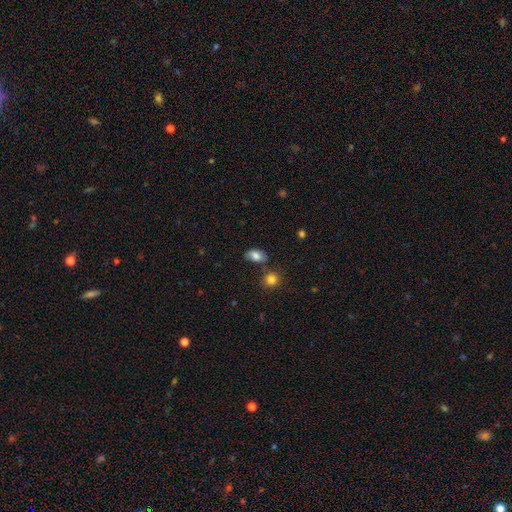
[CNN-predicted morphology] Smooth or featured? Predicted: smooth (p=0.81). How rounded? Predicted: in between (p=0.89). Merging? Predicted: none (p=0.71).